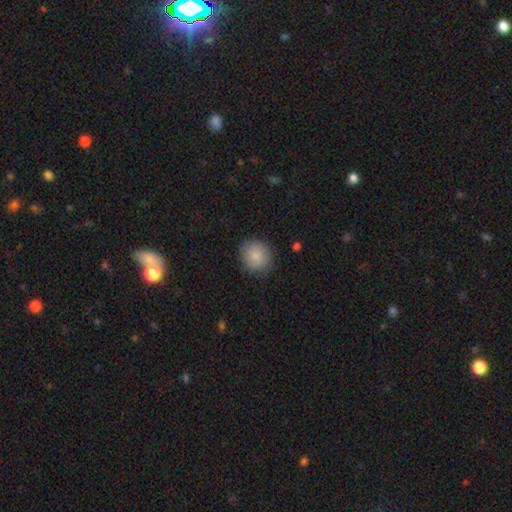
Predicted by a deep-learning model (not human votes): A smooth galaxy with no disk features (86%) that is round (88%). Merging: none (84%).